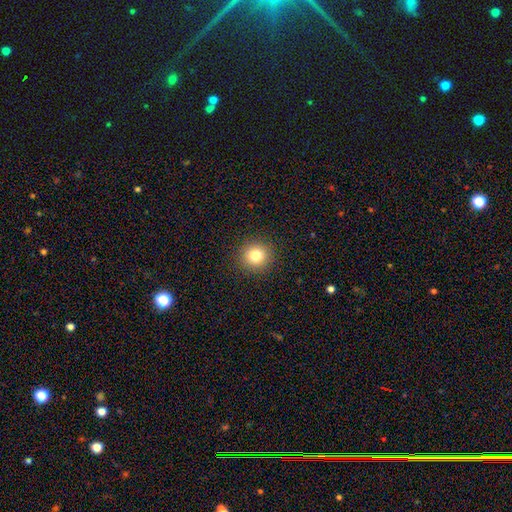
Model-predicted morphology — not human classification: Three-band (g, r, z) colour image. It shows a smooth galaxy with no disk features (81%) that is round (93%). Merging: none (92%).